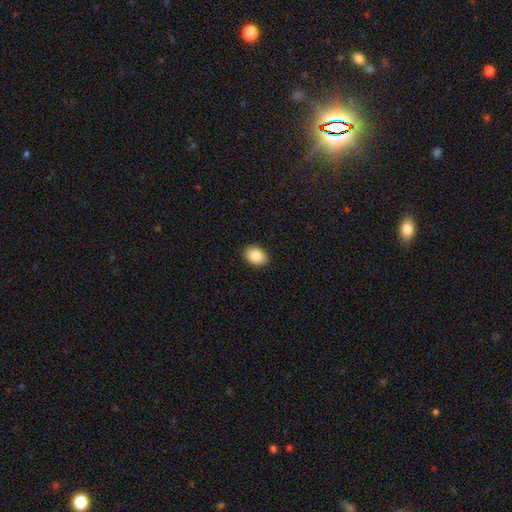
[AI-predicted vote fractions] Q: Smooth or featured?
A: smooth (85%); runner-up: star or artifact (8%)
Q: How rounded?
A: in between (76%); runner-up: round (23%)
Q: Merging?
A: none (91%); runner-up: minor disturbance (7%)